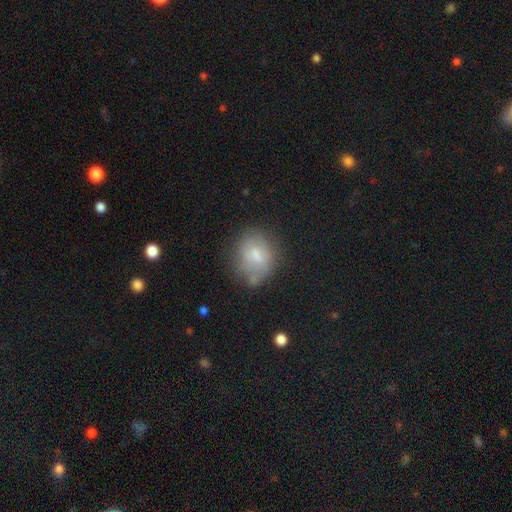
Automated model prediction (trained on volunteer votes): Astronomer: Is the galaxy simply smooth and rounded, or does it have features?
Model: smooth — 65%.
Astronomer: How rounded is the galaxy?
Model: round — 58% (runner-up: in between, 40%).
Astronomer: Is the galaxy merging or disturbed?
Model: none — 58%.